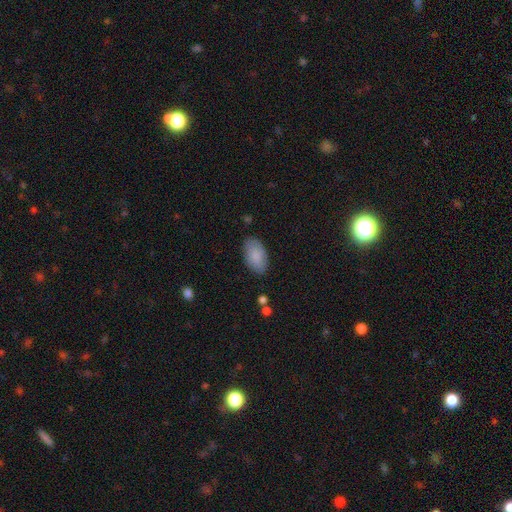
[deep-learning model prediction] This is clearly a smooth galaxy (87%). How rounded: clearly in between (95%). Merging: clearly none (84%).